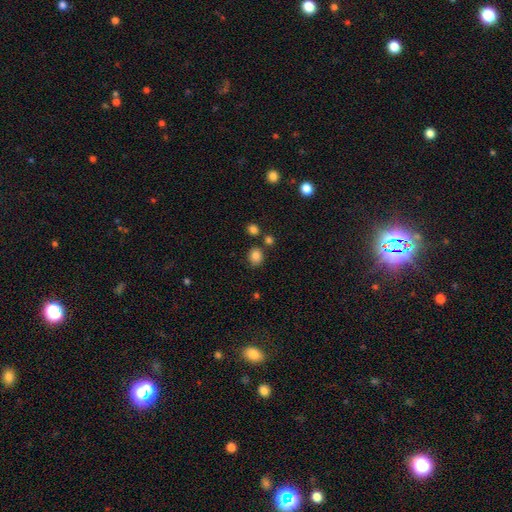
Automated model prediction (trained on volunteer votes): Smooth or featured? smooth (83%)
How rounded? round (70%)
Merging? none (77%)